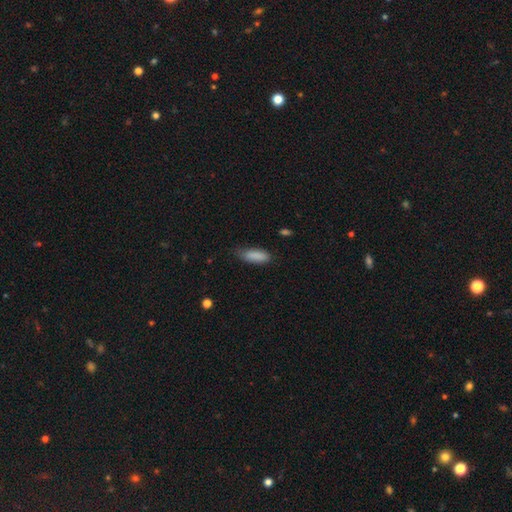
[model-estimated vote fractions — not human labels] The model was most divided on "how rounded": in between: 67%, cigar-shaped: 32%, round: 2%. More confident: smooth or featured — smooth (88%); merging — none (67%).